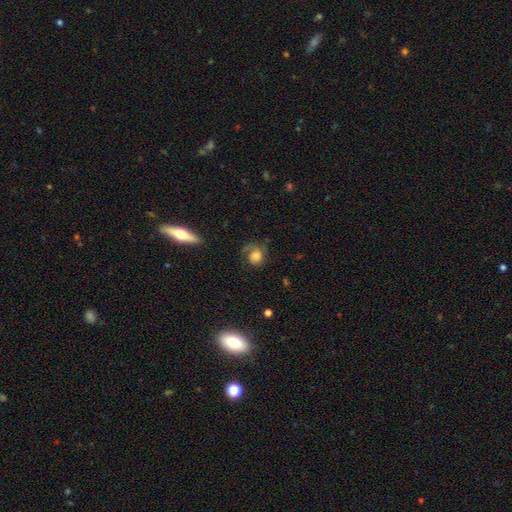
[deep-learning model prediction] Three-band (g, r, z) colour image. It shows a smooth galaxy with no disk features (60%) that is round (70%). Merging: none (51%).